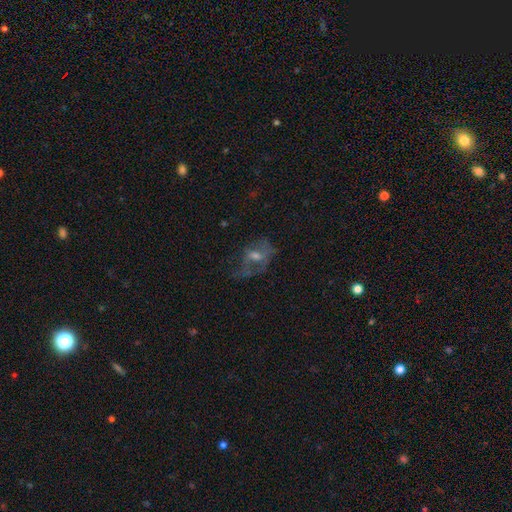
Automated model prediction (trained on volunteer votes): Q: Smooth or featured?
A: featured or disk (55%); runner-up: smooth (30%)
Q: Edge-on disk?
A: no (94%); runner-up: yes (6%)
Q: Bar?
A: no (60%); runner-up: weak (32%)
Q: Spiral arms?
A: no (60%); runner-up: yes (40%)
Q: Bulge size?
A: moderate (49%); runner-up: small (36%)
Q: Merging?
A: major disturbance (38%); runner-up: none (37%)